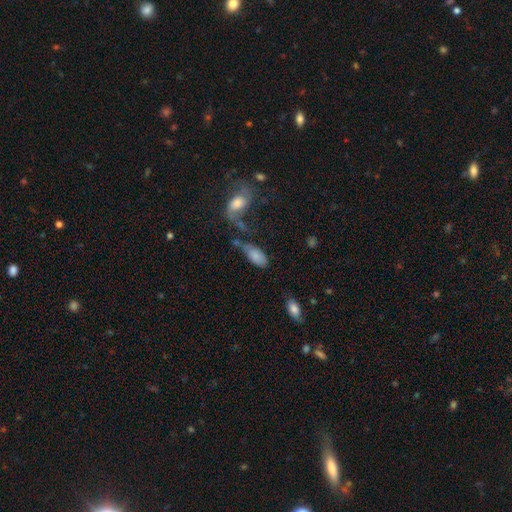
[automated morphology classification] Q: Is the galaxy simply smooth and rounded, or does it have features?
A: smooth — 74%.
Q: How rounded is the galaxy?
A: in between — 92%.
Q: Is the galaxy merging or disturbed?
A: none — 36%.